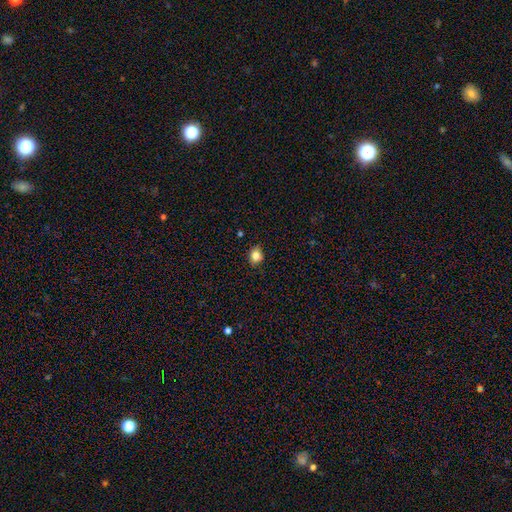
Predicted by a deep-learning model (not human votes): Smooth or featured?
  - smooth: 82% *
  - star or artifact: 11%
  - featured or disk: 7%
How rounded?
  - round: 58% *
  - in between: 41%
  - cigar-shaped: 1%
Merging?
  - none: 83% *
  - minor disturbance: 13%
  - major disturbance: 2%
  - merger: 1%